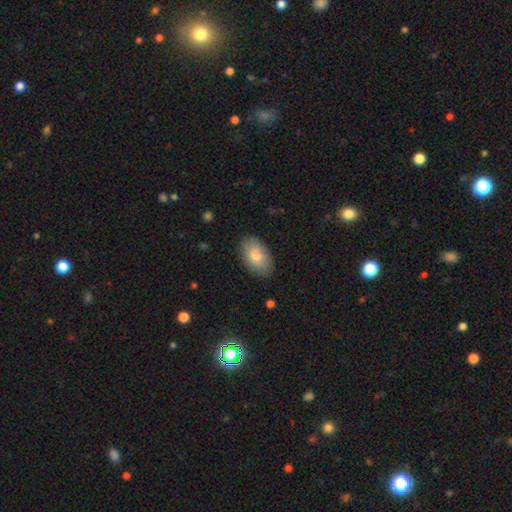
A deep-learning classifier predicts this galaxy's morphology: smooth 80%, featured or disk 14%, star or artifact 7%. Down the decision tree: how rounded — in between (93%); merging — none (87%).